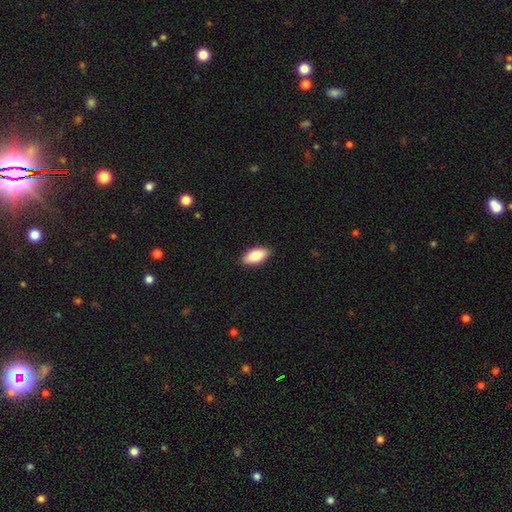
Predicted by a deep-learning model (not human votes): A smooth galaxy with no disk features (82%) that is in between round and cigar-shaped (89%). Merging: none (90%).